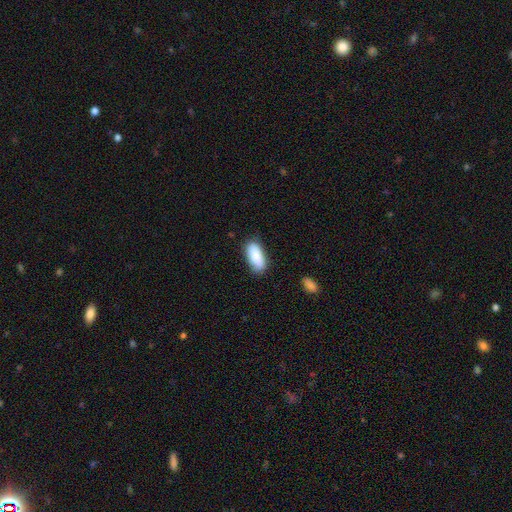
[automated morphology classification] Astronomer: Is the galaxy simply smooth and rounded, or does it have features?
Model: smooth — 89%.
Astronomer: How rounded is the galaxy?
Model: in between — 85%.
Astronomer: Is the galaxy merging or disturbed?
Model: none — 81%.